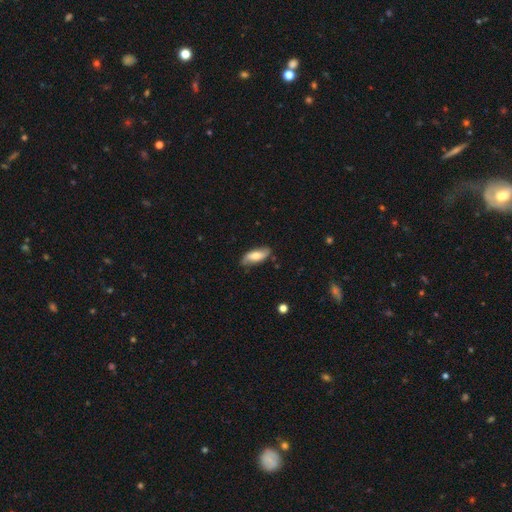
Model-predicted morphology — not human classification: type=smooth (56%); roundness=in between (77%); merging=none (77%).